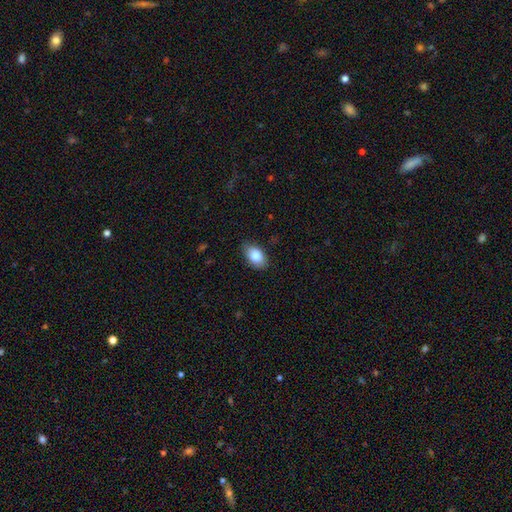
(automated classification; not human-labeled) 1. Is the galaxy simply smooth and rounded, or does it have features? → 86% smooth, 7% featured or disk, 7% star or artifact.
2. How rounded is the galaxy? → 92% in between, 6% round, 2% cigar-shaped.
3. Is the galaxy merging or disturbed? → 80% none, 16% minor disturbance, 3% major disturbance, 1% merger.